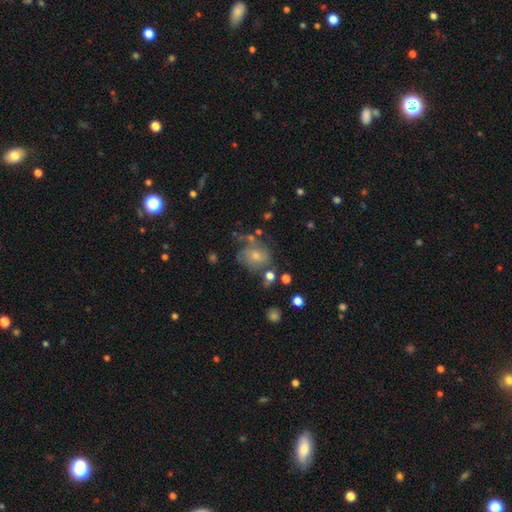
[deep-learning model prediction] Morphology: type=featured or disk (46%); merging=none (54%).